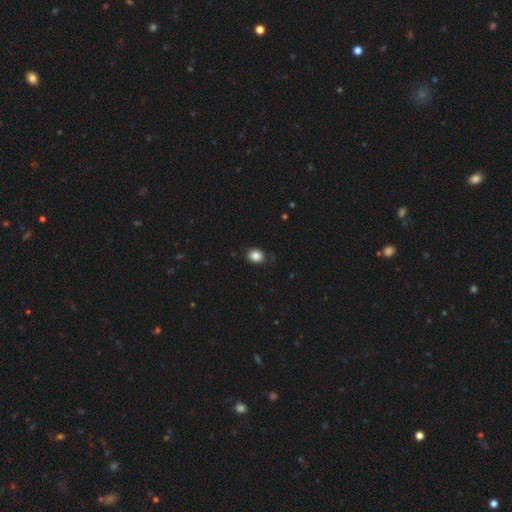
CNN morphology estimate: smooth 86%, star or artifact 10%, featured or disk 4%. Down the decision tree: how rounded — in between (51%); merging — none (85%).